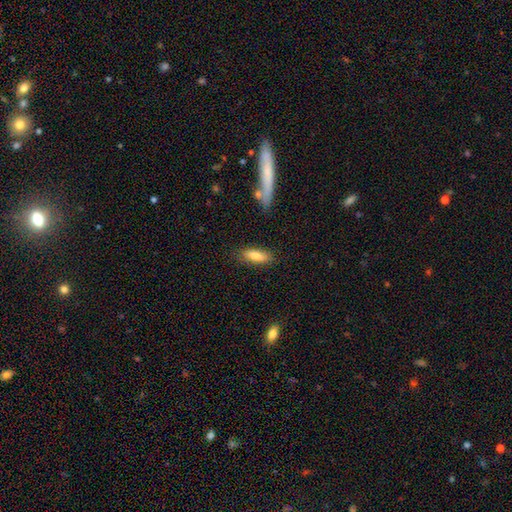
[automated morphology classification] Smooth or featured?
  - smooth: 80% *
  - featured or disk: 13%
  - star or artifact: 7%
How rounded?
  - in between: 52% *
  - cigar-shaped: 46%
  - round: 2%
Merging?
  - none: 81% *
  - minor disturbance: 13%
  - major disturbance: 3%
  - merger: 3%